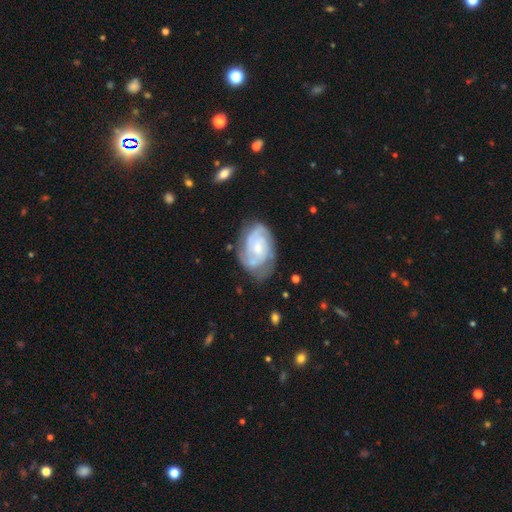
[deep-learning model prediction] Q: Smooth or featured?
A: featured or disk (77%); runner-up: smooth (17%)
Q: Edge-on disk?
A: no (97%); runner-up: yes (3%)
Q: Bar?
A: no (69%); runner-up: weak (27%)
Q: Spiral arms?
A: yes (91%); runner-up: no (9%)
Q: Spiral winding?
A: tight (57%); runner-up: medium (34%)
Q: Spiral arm count?
A: 2 (39%); runner-up: can't tell (32%)
Q: Bulge size?
A: small (58%); runner-up: moderate (30%)
Q: Merging?
A: none (62%); runner-up: minor disturbance (25%)